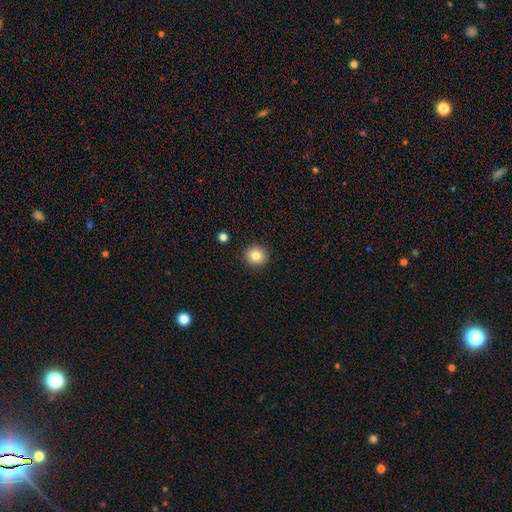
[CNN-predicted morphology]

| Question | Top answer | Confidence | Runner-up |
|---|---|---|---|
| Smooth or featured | smooth | 83% | star or artifact (11%) |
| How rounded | round | 92% | in between (7%) |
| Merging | none | 92% | minor disturbance (5%) |